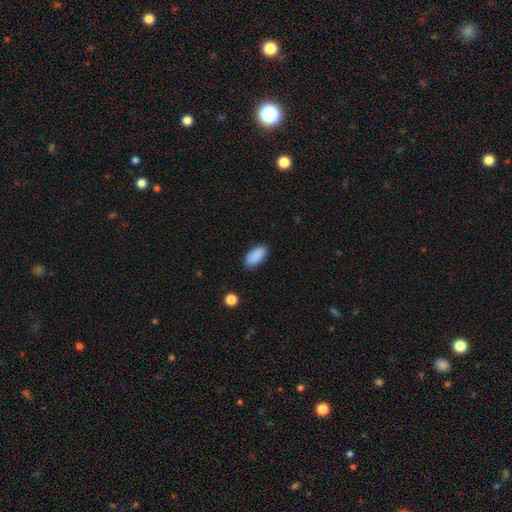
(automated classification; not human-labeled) smooth 90%, star or artifact 7%, featured or disk 3%. Down the decision tree: how rounded — in between (91%); merging — none (85%).